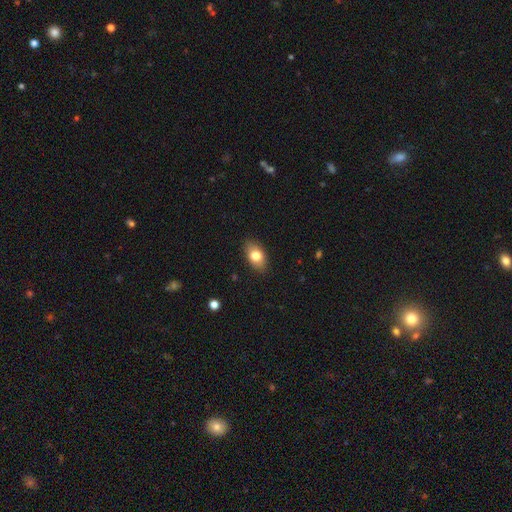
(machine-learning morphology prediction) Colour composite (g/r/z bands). It shows a smooth galaxy with no disk features (79%) that is in between round and cigar-shaped (87%). Merging: none (86%).